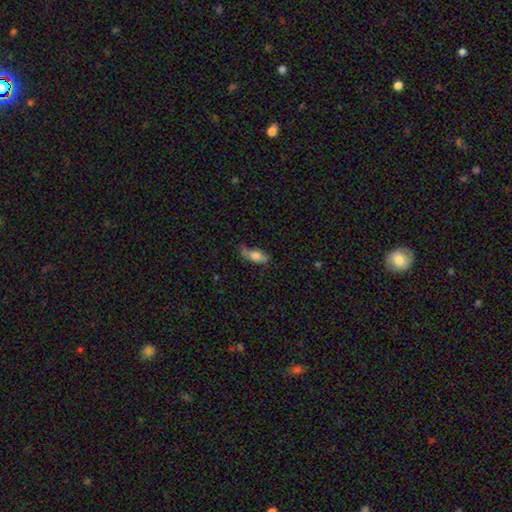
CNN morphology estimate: Smooth or featured?
  - smooth: 75% *
  - featured or disk: 17%
  - star or artifact: 8%
How rounded?
  - in between: 77% *
  - cigar-shaped: 20%
  - round: 3%
Merging?
  - none: 47% *
  - minor disturbance: 33%
  - major disturbance: 13%
  - merger: 6%